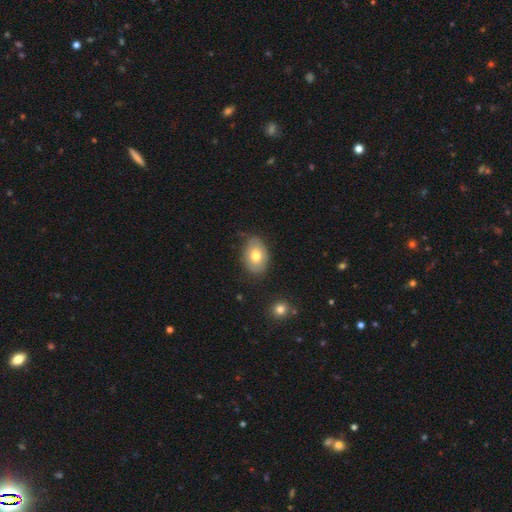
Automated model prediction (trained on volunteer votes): smooth_or_featured: smooth (p=0.73) [alt: featured or disk p=0.20]
how_rounded: in between (p=0.81) [alt: round p=0.18]
merging: none (p=0.74) [alt: minor disturbance p=0.20]